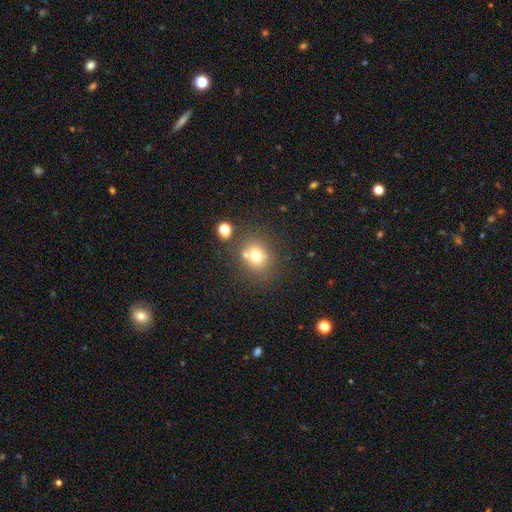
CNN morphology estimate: Smooth or featured? smooth (71%)
How rounded? round (73%)
Merging? none (63%)